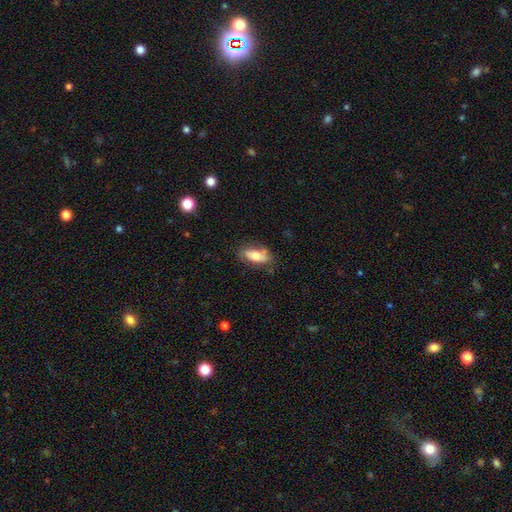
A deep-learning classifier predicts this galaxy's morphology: type=smooth (65%); roundness=in between (78%); merging=none (69%).